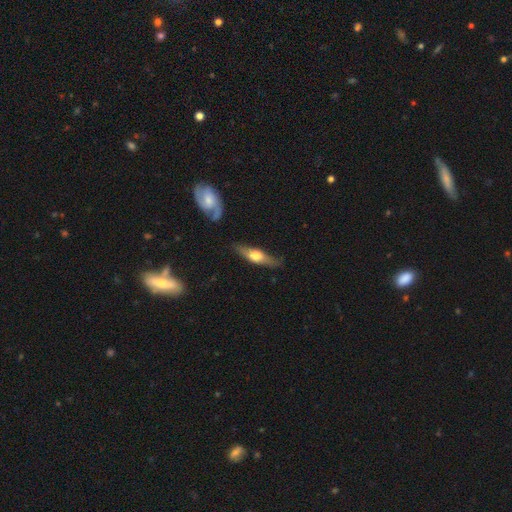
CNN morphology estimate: A featured or disk galaxy (54%) viewed edge-on (87%). Merging: none (80%).